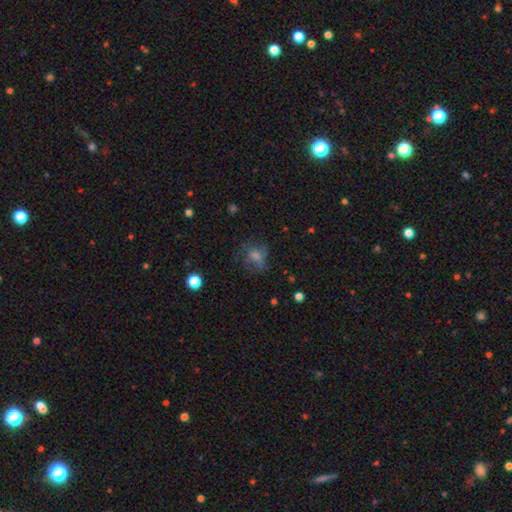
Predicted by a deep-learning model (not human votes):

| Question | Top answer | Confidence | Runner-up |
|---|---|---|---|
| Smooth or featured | smooth | 43% | featured or disk (34%) |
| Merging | none | 60% | minor disturbance (20%) |